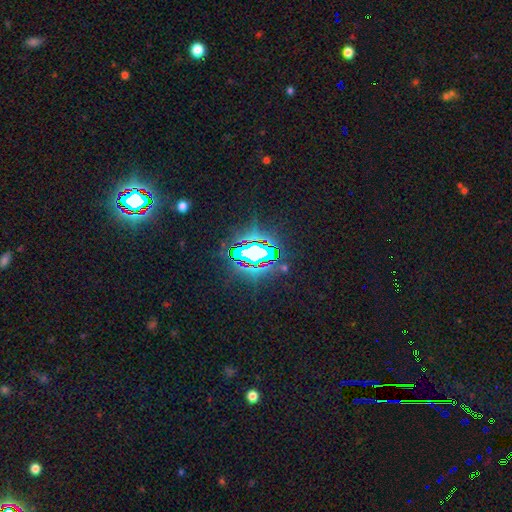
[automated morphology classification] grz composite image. It shows a star or artifact, not a galaxy (74%).